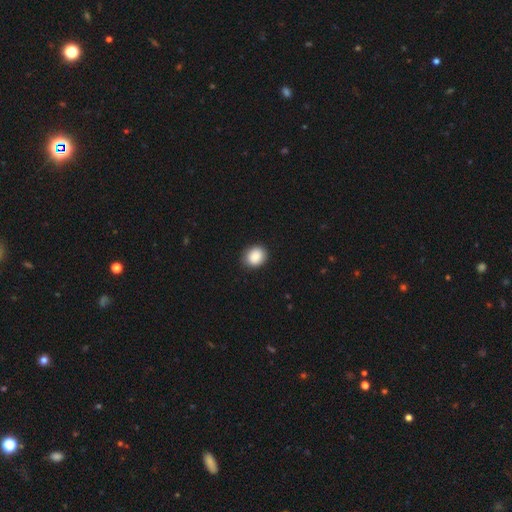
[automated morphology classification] A smooth galaxy with no disk features (88%) that is round (65%).

Vote fractions:
- Smooth or featured? smooth: 88% / star or artifact: 8% / featured or disk: 4%
- How rounded? round: 65% / in between: 34% / cigar-shaped: 1%
- Merging? none: 88% / minor disturbance: 9% / major disturbance: 2% / merger: 1%